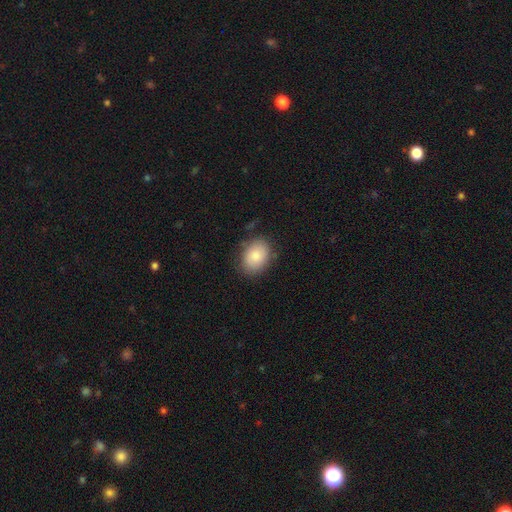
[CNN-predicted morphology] Smooth or featured? Predicted: smooth (p=0.86). How rounded? Predicted: in between (p=0.70). Merging? Predicted: none (p=0.78).